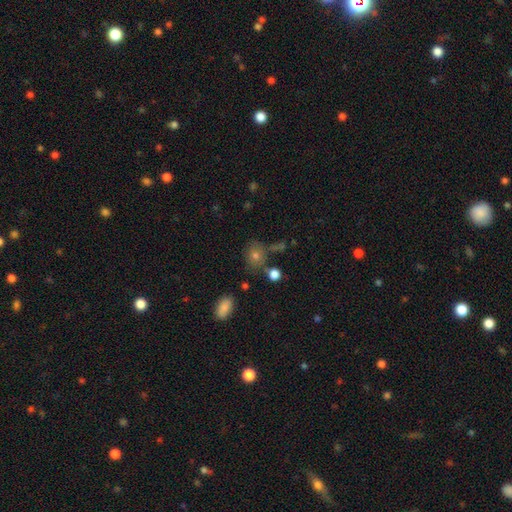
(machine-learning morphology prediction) Smooth or featured? smooth (68%)
How rounded? round (69%)
Merging? none (68%)